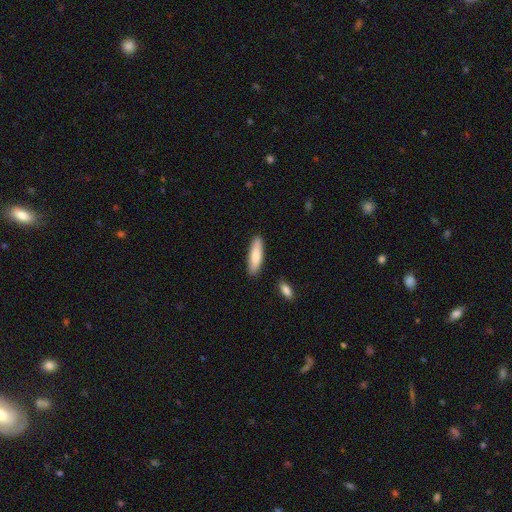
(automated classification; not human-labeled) Overall: smooth (82%). How rounded: cigar-shaped (61%; in between 37%). Merging: none (87%).